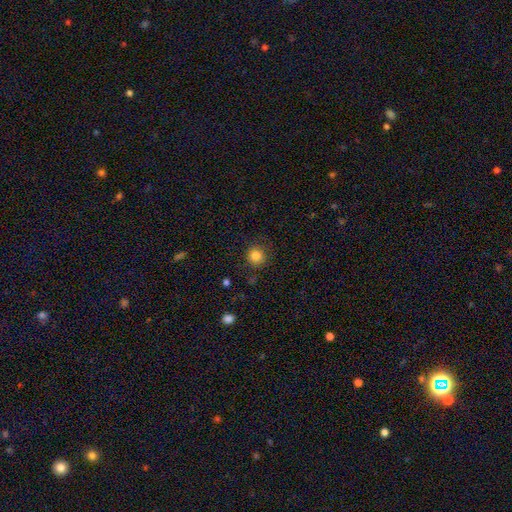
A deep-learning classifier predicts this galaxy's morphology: Smooth or featured: smooth — 83% (star or artifact — 12%)
How rounded: round — 93% (in between — 7%)
Merging: none — 86% (minor disturbance — 9%)